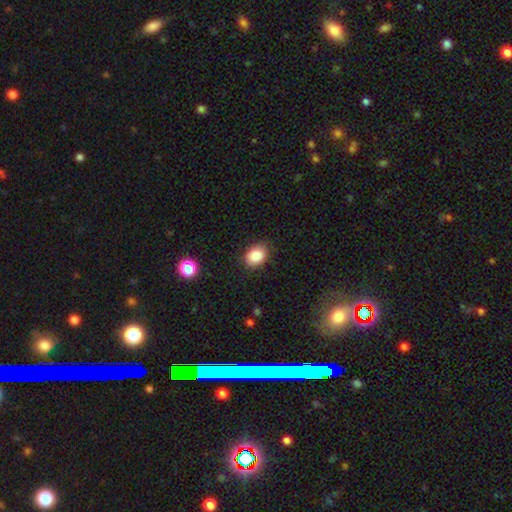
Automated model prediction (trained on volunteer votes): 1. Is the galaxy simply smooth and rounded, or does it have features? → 87% smooth, 9% star or artifact, 4% featured or disk.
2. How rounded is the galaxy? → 72% in between, 27% round, 1% cigar-shaped.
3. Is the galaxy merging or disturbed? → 83% none, 13% minor disturbance, 3% major disturbance, 1% merger.